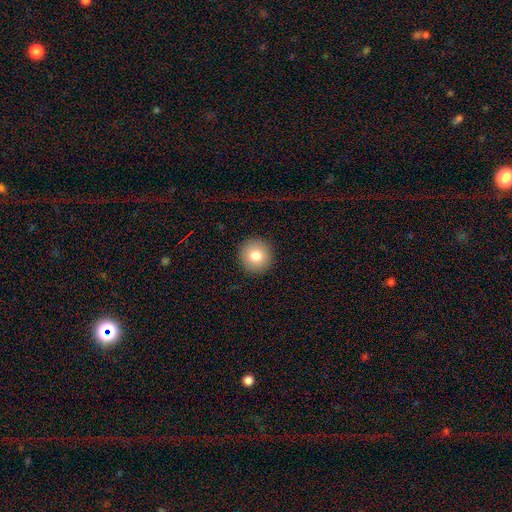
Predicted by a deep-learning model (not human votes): A smooth galaxy with no disk features (80%) that is round (95%).

Vote fractions:
- Smooth or featured? smooth: 80% / featured or disk: 10% / star or artifact: 10%
- How rounded? round: 95% / in between: 4% / cigar-shaped: 1%
- Merging? none: 92% / minor disturbance: 5% / major disturbance: 2% / merger: 1%